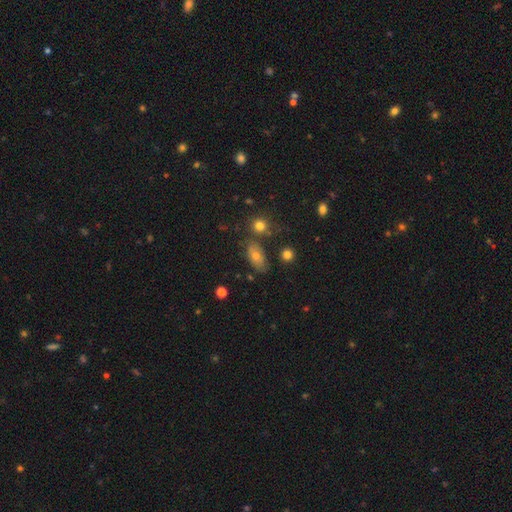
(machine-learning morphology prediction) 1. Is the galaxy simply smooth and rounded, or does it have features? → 66% smooth, 19% featured or disk, 15% star or artifact.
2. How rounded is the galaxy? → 82% in between, 10% round, 7% cigar-shaped.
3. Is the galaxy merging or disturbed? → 70% none, 16% minor disturbance, 9% merger, 5% major disturbance.